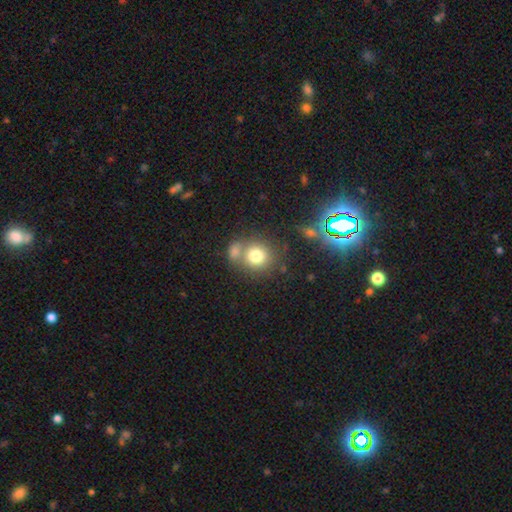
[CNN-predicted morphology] This appears to be a smooth galaxy with no disk features (76%) that is round (83%). Merging: none (53%).